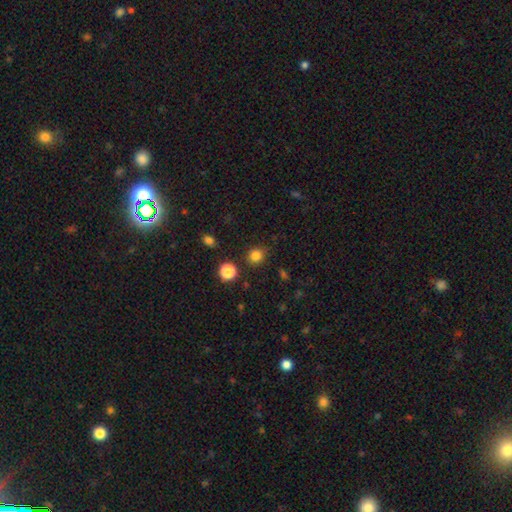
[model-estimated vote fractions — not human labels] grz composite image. It shows a smooth galaxy with no disk features (82%) that is round (85%). Merging: none (84%).